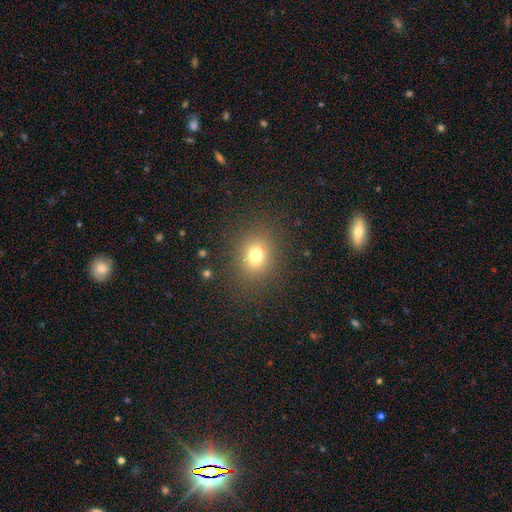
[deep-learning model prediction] smooth 73%, star or artifact 16%, featured or disk 10%. Down the decision tree: how rounded — round (67%); merging — none (84%).